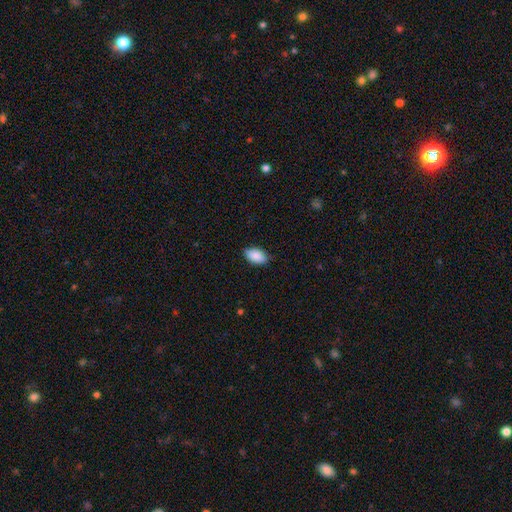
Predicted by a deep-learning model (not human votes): A smooth galaxy with no disk features (88%) that is in between round and cigar-shaped (93%). Merging: none (81%).